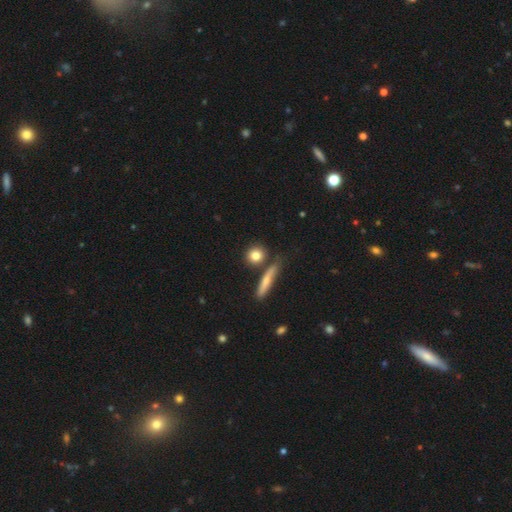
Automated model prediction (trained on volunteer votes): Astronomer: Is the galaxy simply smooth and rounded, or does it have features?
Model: smooth — 79%.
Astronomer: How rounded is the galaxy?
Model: round — 75%.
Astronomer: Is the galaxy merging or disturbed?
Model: none — 74%.